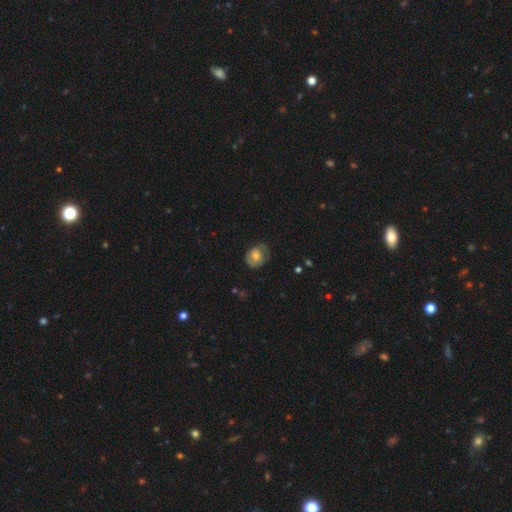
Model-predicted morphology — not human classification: Overall: smooth (49%; featured or disk 44%). Merging: none (59%; minor disturbance 27%).